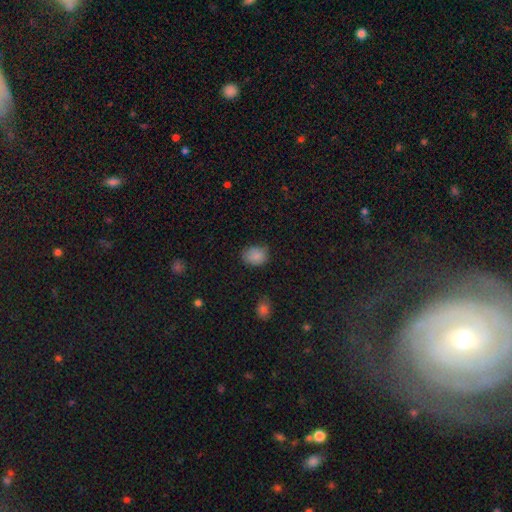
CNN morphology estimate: smooth-or-featured: smooth: 86% | star or artifact: 9% | featured or disk: 5%
  how-rounded: in between: 55% | round: 44% | cigar-shaped: 1%
  merging: none: 70% | minor disturbance: 24% | major disturbance: 4% | merger: 1%